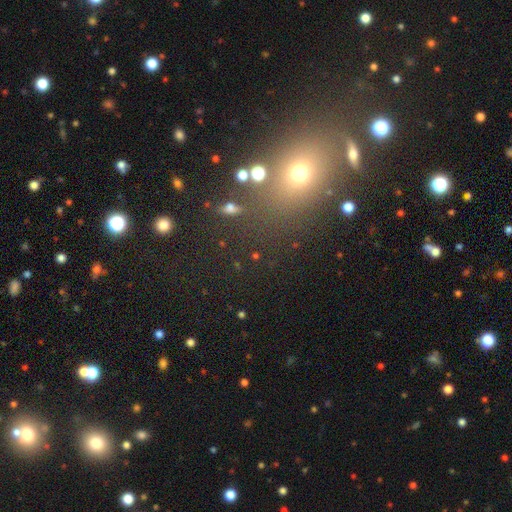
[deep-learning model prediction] This is marginally a smooth galaxy (45%). Merging: likely none (74%).